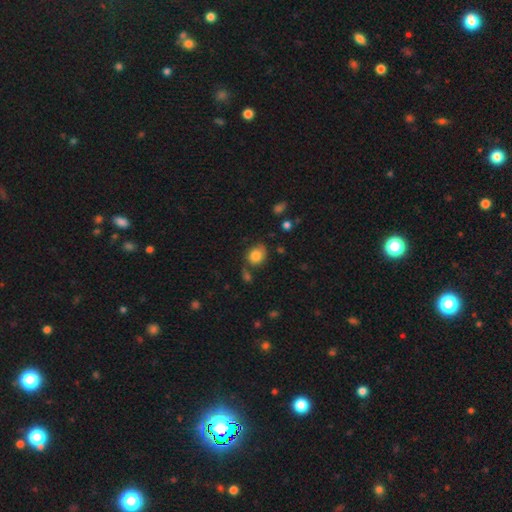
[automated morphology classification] The model was most divided on "how rounded": round: 58%, in between: 41%, cigar-shaped: 1%. More confident: smooth or featured — smooth (81%); merging — none (58%).